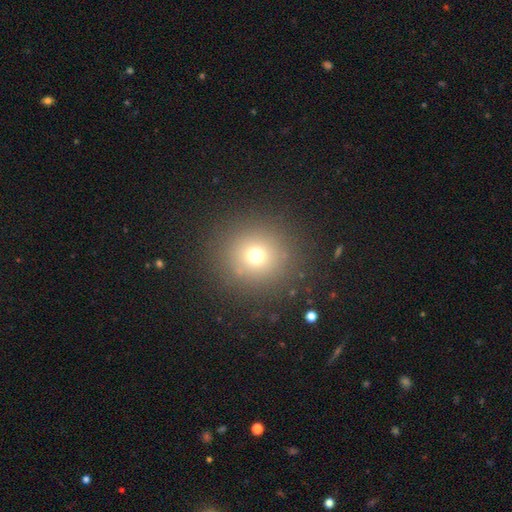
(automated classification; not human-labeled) Morphology: type=smooth (69%); roundness=round (92%); merging=none (87%).